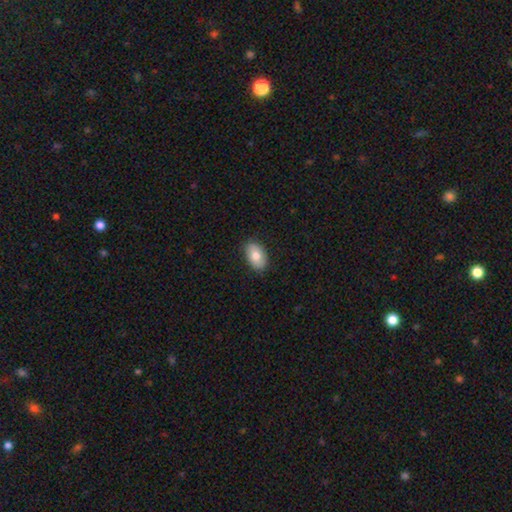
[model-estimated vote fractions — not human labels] smooth-or-featured: smooth: 80% | featured or disk: 14% | star or artifact: 7%
  how-rounded: in between: 90% | round: 8% | cigar-shaped: 1%
  merging: none: 87% | minor disturbance: 10% | major disturbance: 2% | merger: 1%